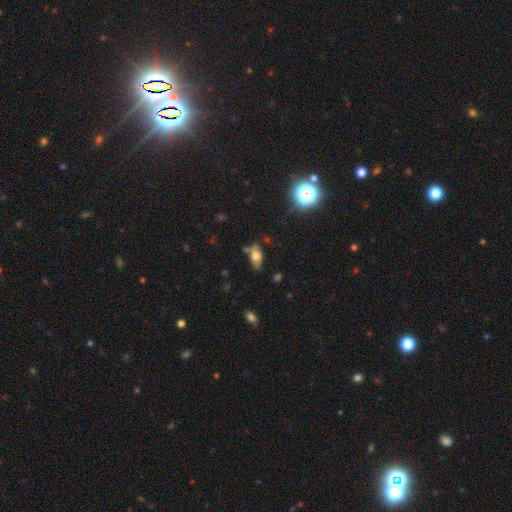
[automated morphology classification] Q: Smooth or featured?
A: smooth (63%); runner-up: featured or disk (25%)
Q: How rounded?
A: in between (82%); runner-up: cigar-shaped (11%)
Q: Merging?
A: none (57%); runner-up: minor disturbance (25%)